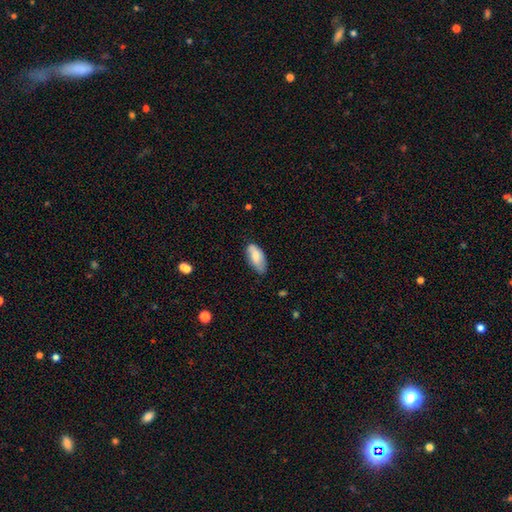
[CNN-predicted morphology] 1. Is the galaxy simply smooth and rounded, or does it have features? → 75% smooth, 18% featured or disk, 6% star or artifact.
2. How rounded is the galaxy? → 91% in between, 7% cigar-shaped, 2% round.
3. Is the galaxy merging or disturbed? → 67% none, 27% minor disturbance, 4% major disturbance, 2% merger.